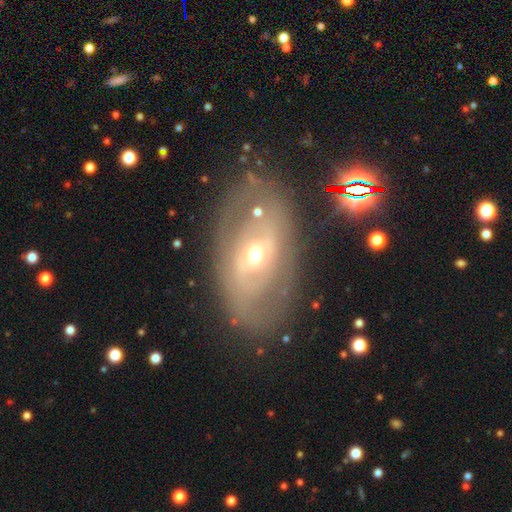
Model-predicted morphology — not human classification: This appears to be a featured or disk galaxy (68%) with no bar (46%), no spiral arms (64%) and a moderate central bulge (64%). Merging: none (77%).